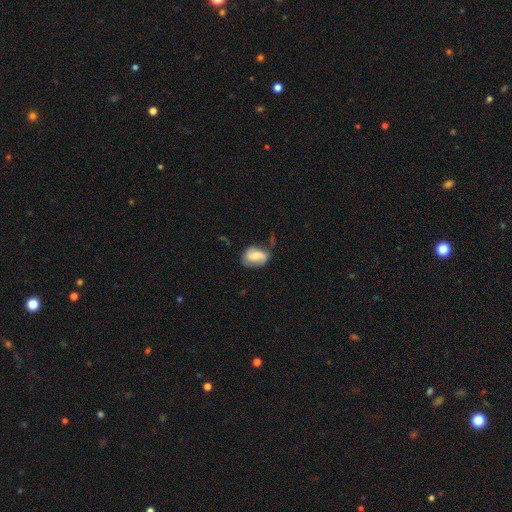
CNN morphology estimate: featured or disk 48%, smooth 45%, star or artifact 8%. Down the decision tree: merging — none (49%).